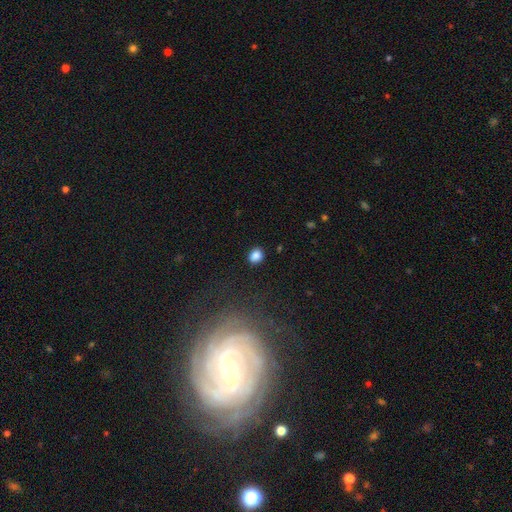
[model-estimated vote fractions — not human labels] This appears to be a smooth galaxy with no disk features (85%) that is round (58%). Merging: none (87%).